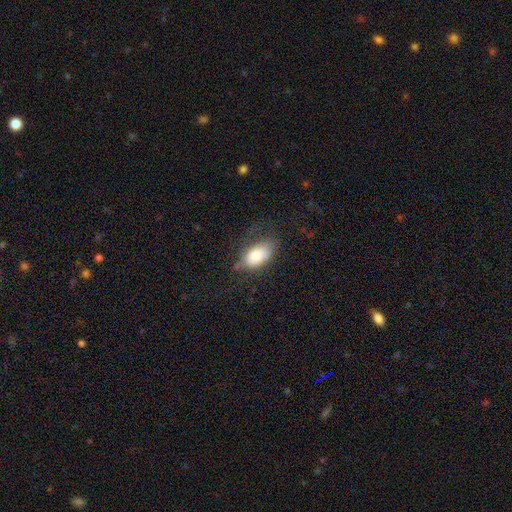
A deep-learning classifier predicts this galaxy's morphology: Smooth or featured?
  - smooth: 74% *
  - featured or disk: 18%
  - star or artifact: 8%
How rounded?
  - in between: 91% *
  - round: 6%
  - cigar-shaped: 3%
Merging?
  - none: 49% *
  - minor disturbance: 30%
  - major disturbance: 18%
  - merger: 2%